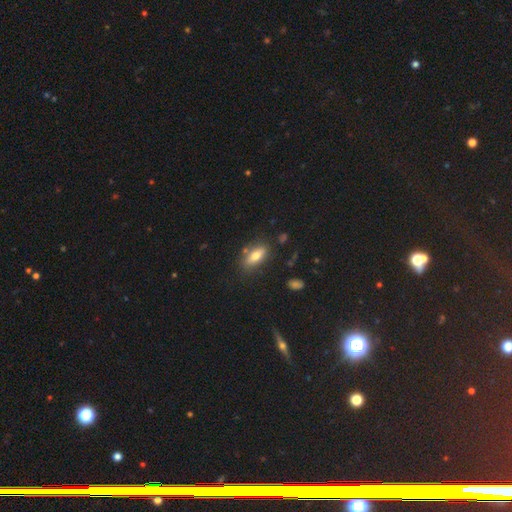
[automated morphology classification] smooth-or-featured: smooth: 71% | featured or disk: 22% | star or artifact: 8%
  how-rounded: in between: 75% | cigar-shaped: 21% | round: 4%
  merging: none: 78% | minor disturbance: 14% | merger: 5% | major disturbance: 4%